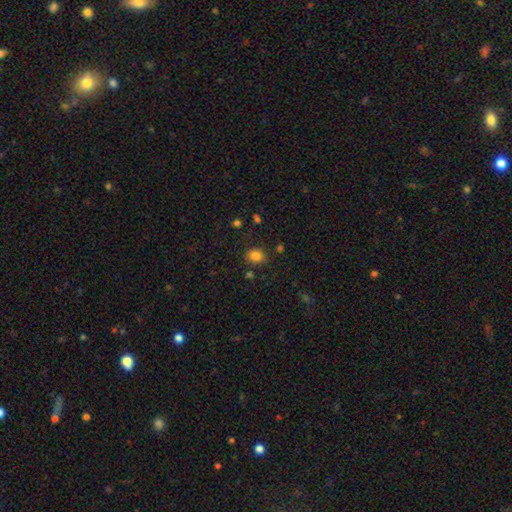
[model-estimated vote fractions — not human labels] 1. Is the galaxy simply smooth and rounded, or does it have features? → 82% smooth, 12% star or artifact, 6% featured or disk.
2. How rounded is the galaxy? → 52% round, 47% in between, 1% cigar-shaped.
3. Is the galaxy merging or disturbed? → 80% none, 13% minor disturbance, 4% major disturbance, 4% merger.